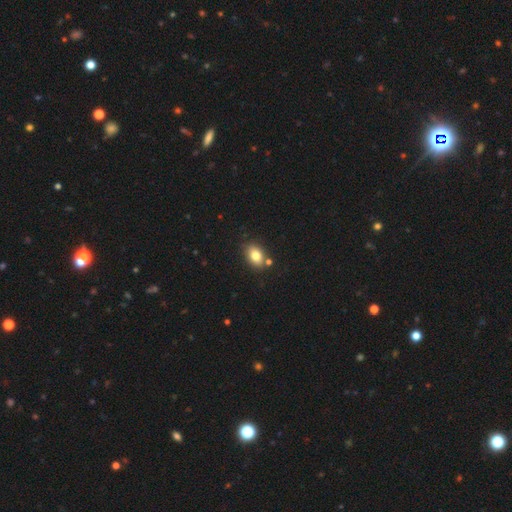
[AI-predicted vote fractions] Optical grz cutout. It shows a smooth galaxy with no disk features (80%) that is in between round and cigar-shaped (75%). Merging: none (76%).